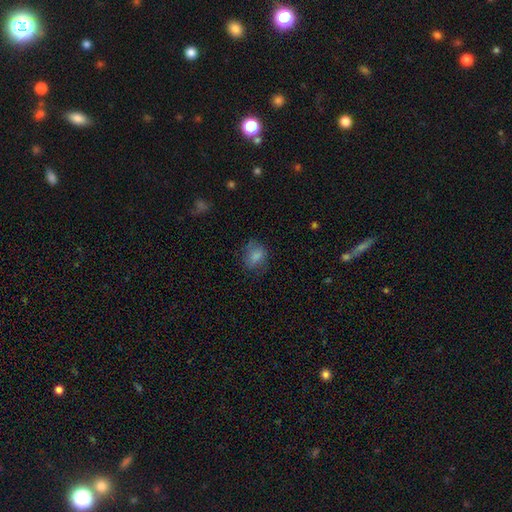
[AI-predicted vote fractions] smooth_or_featured: smooth (p=0.77) [alt: featured or disk p=0.14]
how_rounded: in between (p=0.57) [alt: round p=0.42]
merging: none (p=0.61) [alt: minor disturbance p=0.24]